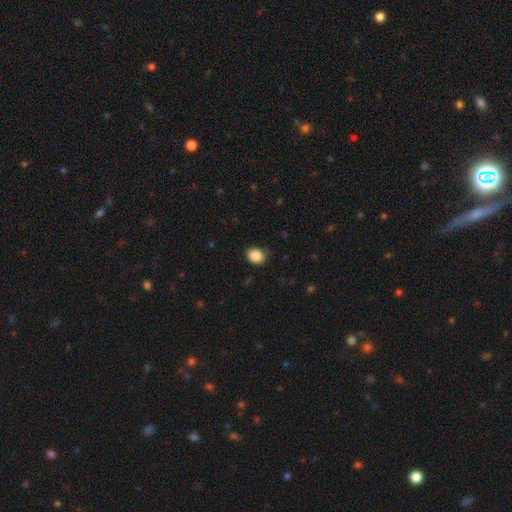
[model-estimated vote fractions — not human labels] Overall: smooth (87%). How rounded: in between (55%; round 44%). Merging: none (83%).